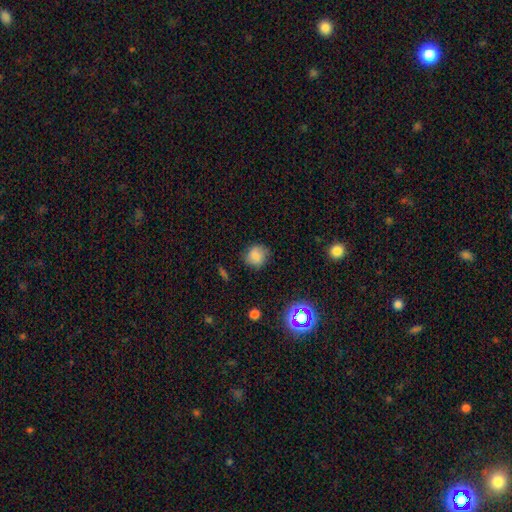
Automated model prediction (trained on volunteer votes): smooth_or_featured: smooth (p=0.78) [alt: star or artifact p=0.13]
how_rounded: round (p=0.82) [alt: in between p=0.17]
merging: none (p=0.80) [alt: minor disturbance p=0.15]